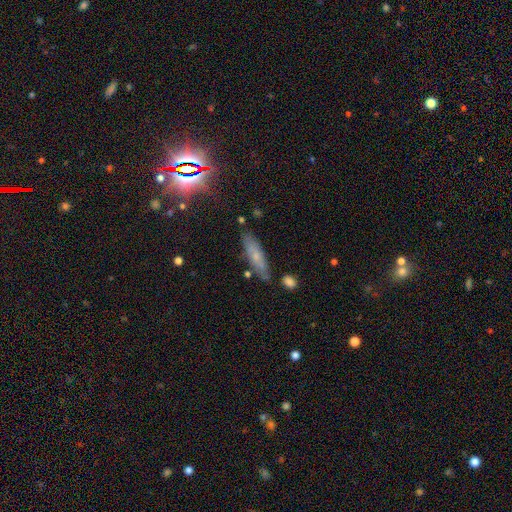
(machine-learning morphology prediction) Smooth or featured: smooth — 58% (featured or disk — 32%)
How rounded: cigar-shaped — 70% (in between — 28%)
Merging: none — 77% (minor disturbance — 16%)